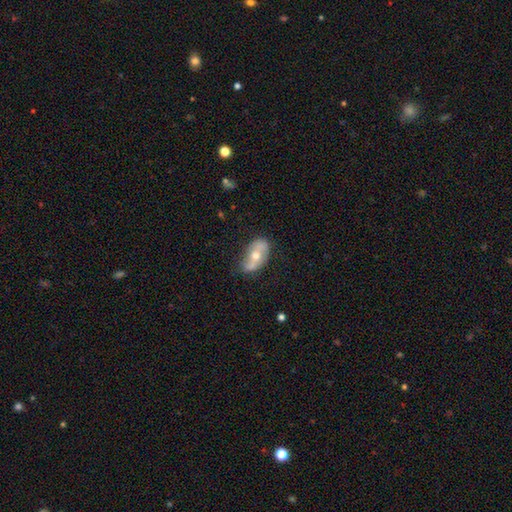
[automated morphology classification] featured or disk 58%, smooth 35%, star or artifact 7%. Down the decision tree: edge-on disk — no (87%); bar — no (61%); spiral arms — yes (61%); bulge size — moderate (70%); merging — none (69%).